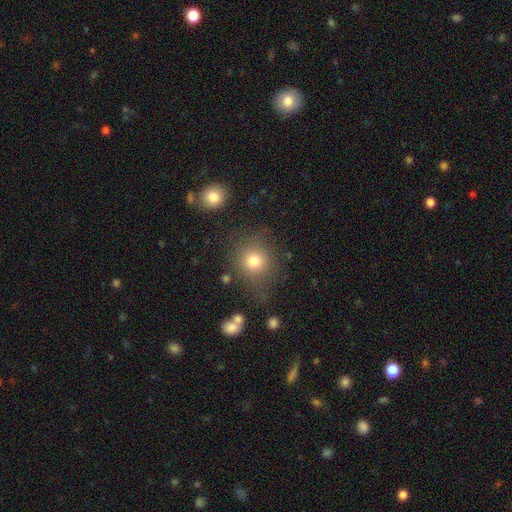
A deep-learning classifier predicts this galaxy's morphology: type=smooth (57%); roundness=round (85%); merging=none (82%).